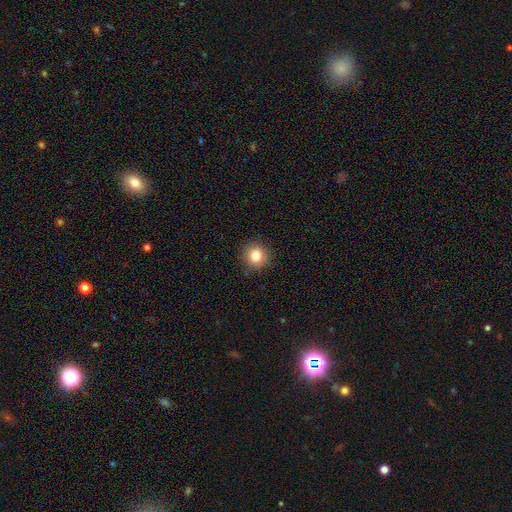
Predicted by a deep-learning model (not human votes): Smooth or featured?
  - smooth: 82% *
  - star or artifact: 11%
  - featured or disk: 7%
How rounded?
  - round: 93% *
  - in between: 6%
  - cigar-shaped: 1%
Merging?
  - none: 90% *
  - minor disturbance: 7%
  - major disturbance: 2%
  - merger: 1%